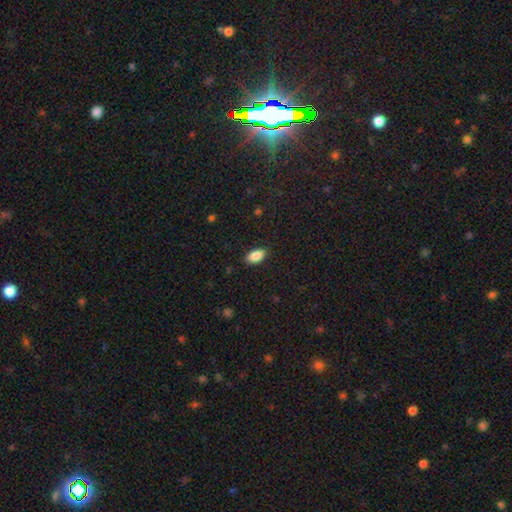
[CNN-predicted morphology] Smooth or featured?
  - smooth: 87% *
  - star or artifact: 7%
  - featured or disk: 6%
How rounded?
  - in between: 93% *
  - round: 4%
  - cigar-shaped: 4%
Merging?
  - none: 87% *
  - minor disturbance: 9%
  - major disturbance: 2%
  - merger: 1%